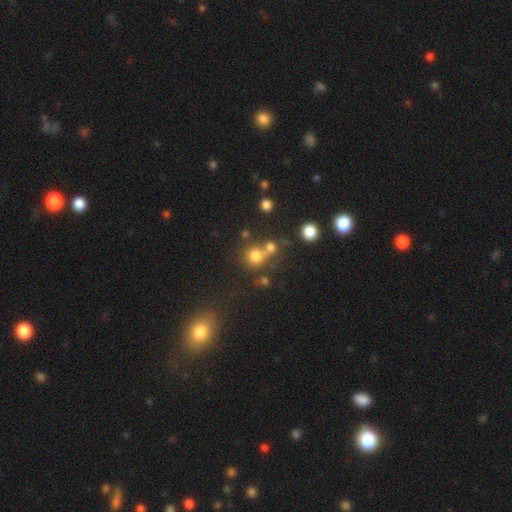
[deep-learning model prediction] The model was most divided on "merging": none: 49%, merger: 37%, minor disturbance: 9%, major disturbance: 5%. More confident: how rounded — round (86%); smooth or featured — smooth (73%).